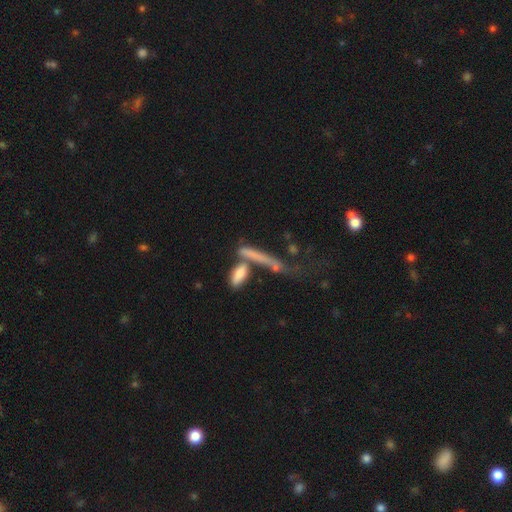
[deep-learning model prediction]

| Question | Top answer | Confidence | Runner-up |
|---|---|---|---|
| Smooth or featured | smooth | 60% | featured or disk (30%) |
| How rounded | cigar-shaped | 73% | in between (22%) |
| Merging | none | 37% | merger (33%) |